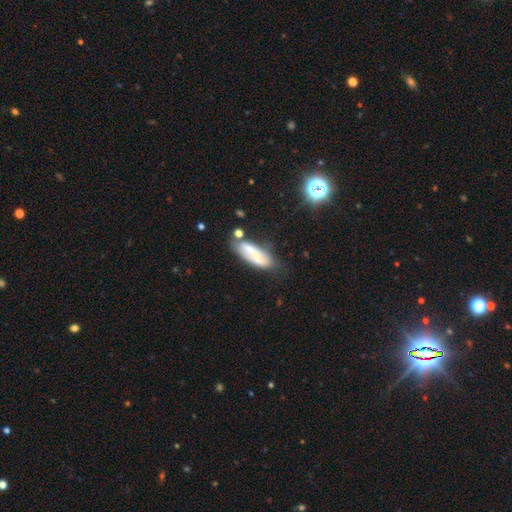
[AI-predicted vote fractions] A smooth galaxy with no disk features (55%) that is in between round and cigar-shaped (62%).

Vote fractions:
- Smooth or featured? smooth: 55% / featured or disk: 37% / star or artifact: 8%
- How rounded? in between: 62% / cigar-shaped: 36% / round: 2%
- Merging? none: 50% / minor disturbance: 27% / major disturbance: 12% / merger: 11%